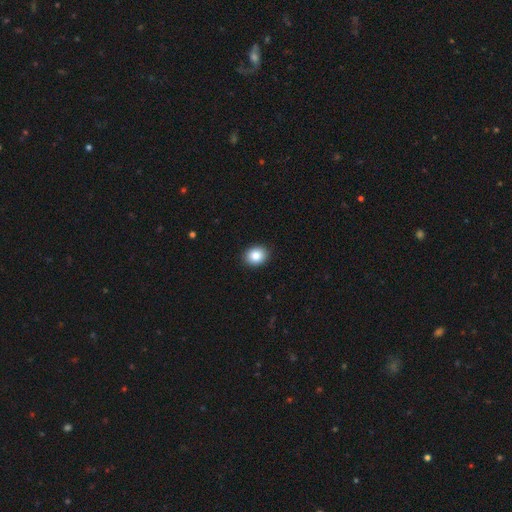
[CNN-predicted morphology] smooth 86%, star or artifact 9%, featured or disk 5%. Down the decision tree: how rounded — round (61%); merging — none (91%).